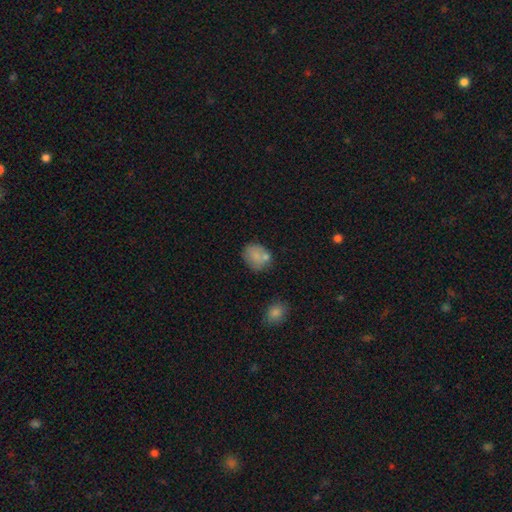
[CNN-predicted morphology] type=smooth (79%); roundness=round (56%); merging=none (59%).